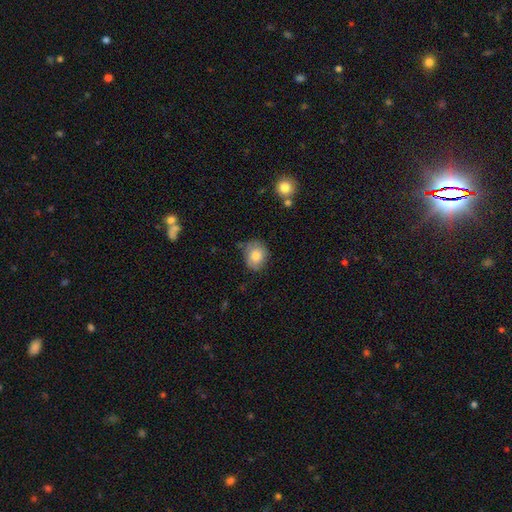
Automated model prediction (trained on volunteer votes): The model was most divided on "how rounded": round: 64%, in between: 35%, cigar-shaped: 1%. More confident: smooth or featured — smooth (81%); merging — none (69%).